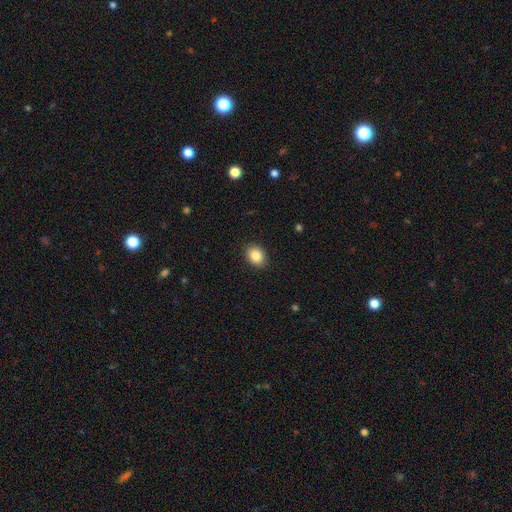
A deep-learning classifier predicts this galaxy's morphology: Smooth or featured: smooth — 86% (star or artifact — 9%)
How rounded: in between — 58% (round — 41%)
Merging: none — 90% (minor disturbance — 7%)